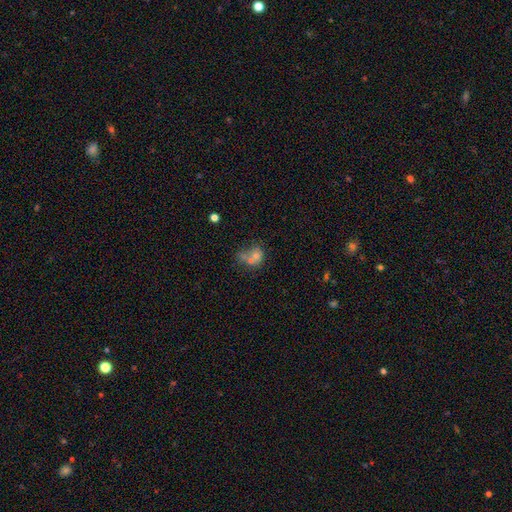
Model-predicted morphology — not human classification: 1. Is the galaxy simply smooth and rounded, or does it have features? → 50% smooth, 25% star or artifact, 25% featured or disk.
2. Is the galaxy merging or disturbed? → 39% merger, 32% none, 16% major disturbance, 12% minor disturbance.